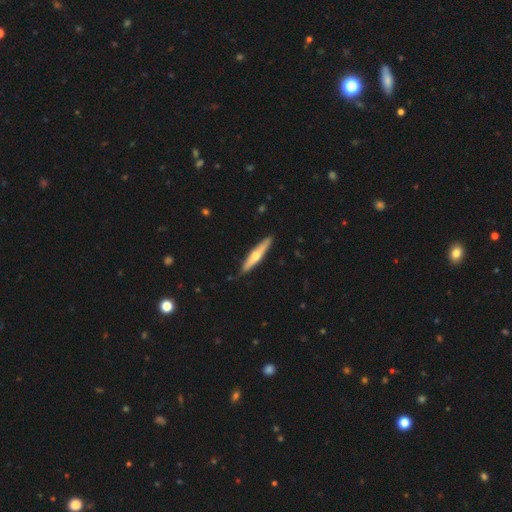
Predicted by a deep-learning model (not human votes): smooth_or_featured: featured or disk (p=0.57) [alt: smooth p=0.38]
disk_edge_on: yes (p=0.94) [alt: no p=0.06]
edge_on_bulge: rounded (p=0.90) [alt: none p=0.08]
merging: none (p=0.89) [alt: minor disturbance p=0.08]